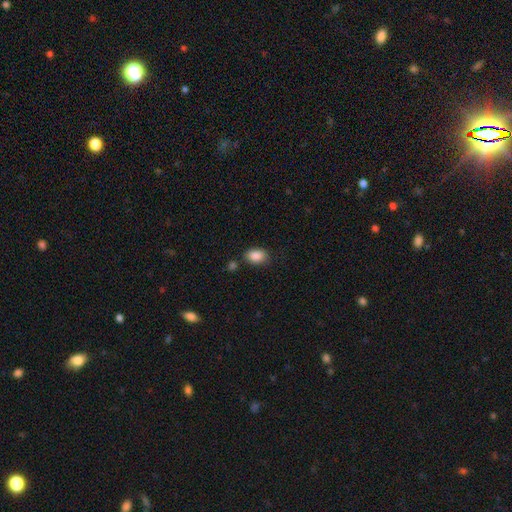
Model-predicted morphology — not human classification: smooth-or-featured: smooth: 88% | star or artifact: 8% | featured or disk: 4%
  how-rounded: in between: 81% | round: 18% | cigar-shaped: 1%
  merging: none: 78% | minor disturbance: 14% | merger: 5% | major disturbance: 3%